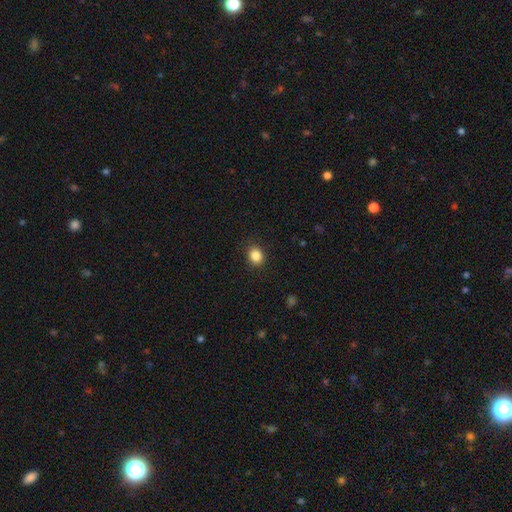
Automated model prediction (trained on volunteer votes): Overall: smooth (86%). How rounded: round (64%; in between 35%). Merging: none (89%).